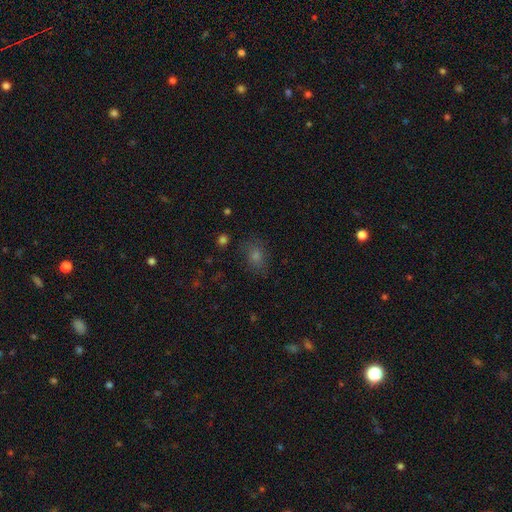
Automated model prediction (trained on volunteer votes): Smooth or featured: smooth — 58% (star or artifact — 30%)
How rounded: in between — 53% (round — 45%)
Merging: none — 82% (minor disturbance — 12%)